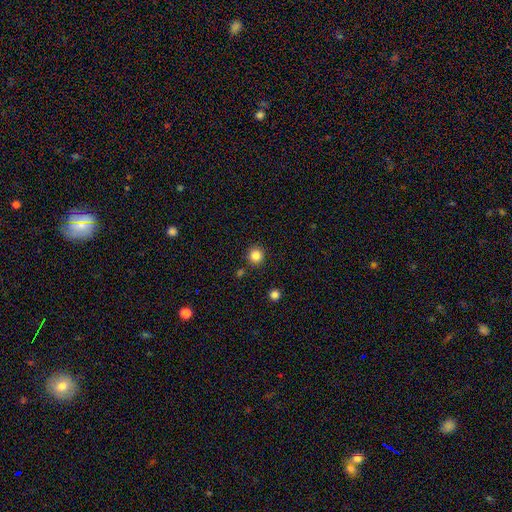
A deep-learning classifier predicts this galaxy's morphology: Smooth or featured? smooth (84%)
How rounded? round (94%)
Merging? none (88%)